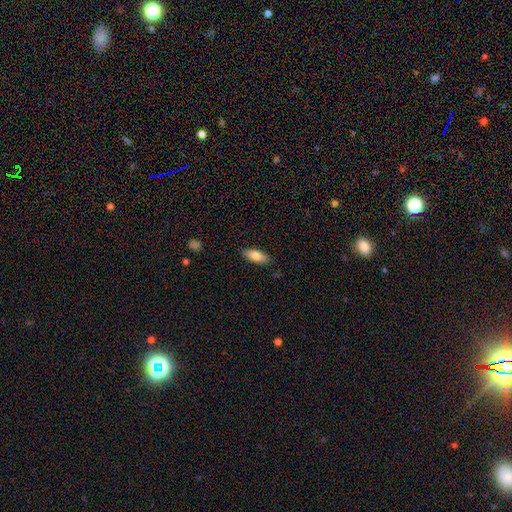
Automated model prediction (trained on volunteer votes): Smooth or featured? Predicted: smooth (p=0.80). How rounded? Predicted: in between (p=0.74). Merging? Predicted: none (p=0.87).